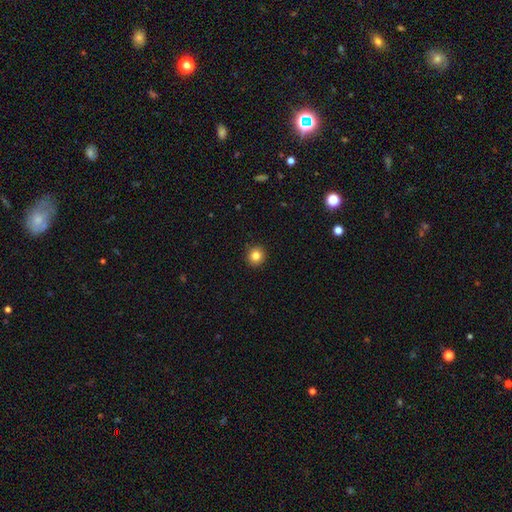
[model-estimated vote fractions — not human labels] smooth-or-featured: smooth: 83% | star or artifact: 11% | featured or disk: 6%
  how-rounded: round: 94% | in between: 6% | cigar-shaped: 1%
  merging: none: 93% | minor disturbance: 5% | major disturbance: 2% | merger: 1%